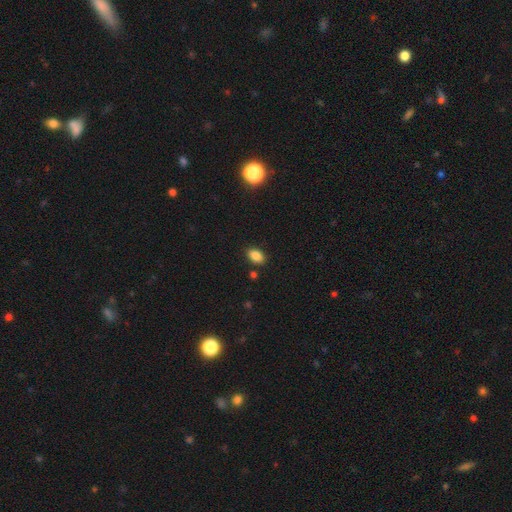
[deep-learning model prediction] Q: Smooth or featured?
A: smooth (85%); runner-up: star or artifact (10%)
Q: How rounded?
A: in between (85%); runner-up: round (14%)
Q: Merging?
A: none (86%); runner-up: minor disturbance (9%)